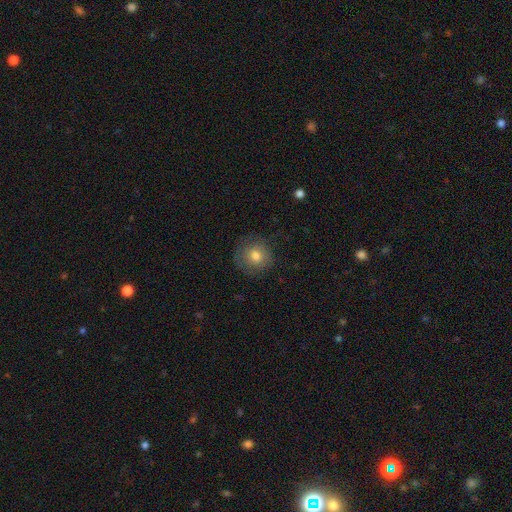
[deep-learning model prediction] Smooth or featured? Predicted: smooth (p=0.76). How rounded? Predicted: round (p=0.89). Merging? Predicted: none (p=0.79).